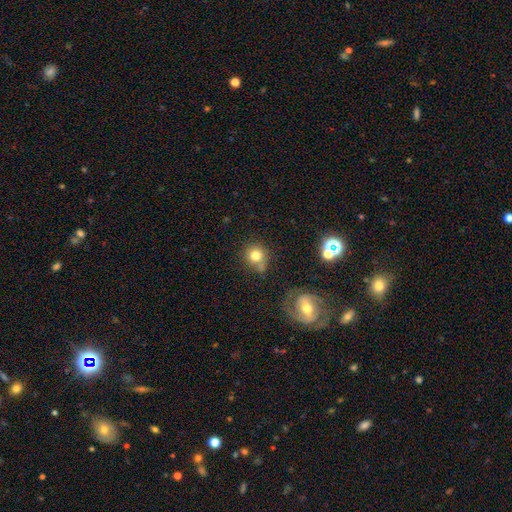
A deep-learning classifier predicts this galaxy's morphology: smooth 77%, star or artifact 12%, featured or disk 11%. Down the decision tree: how rounded — round (87%); merging — none (61%).